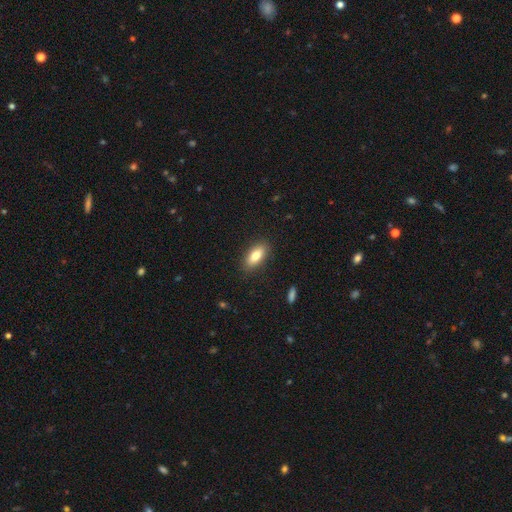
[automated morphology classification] Overall: smooth (80%). How rounded: in between (84%). Merging: none (87%).